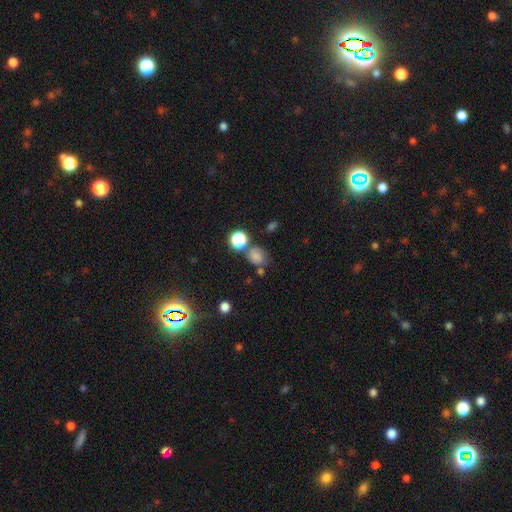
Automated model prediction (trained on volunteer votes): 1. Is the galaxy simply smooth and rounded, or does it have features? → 73% smooth, 19% star or artifact, 9% featured or disk.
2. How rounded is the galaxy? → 63% round, 36% in between, 1% cigar-shaped.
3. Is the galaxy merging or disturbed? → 61% none, 18% minor disturbance, 14% merger, 7% major disturbance.